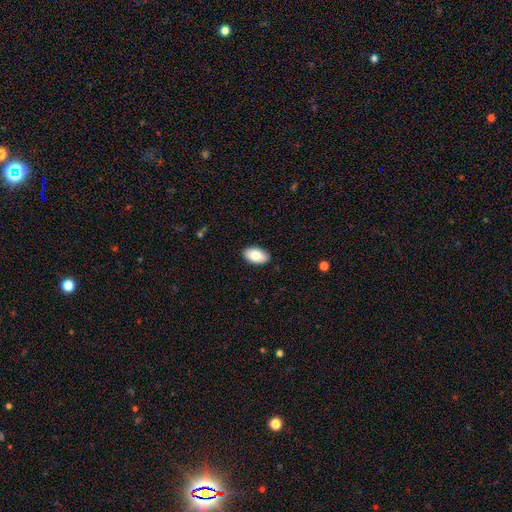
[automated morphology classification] smooth 82%, featured or disk 11%, star or artifact 7%. Down the decision tree: how rounded — in between (94%); merging — none (88%).